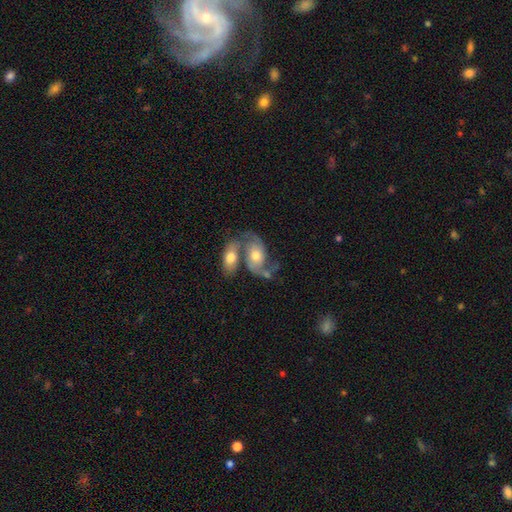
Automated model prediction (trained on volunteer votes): Overall: featured or disk (71%). Edge-on disk: no (96%). Bar: no (69%). Spiral arms: yes (88%). Spiral arm count: 2 (85%). Spiral winding: medium (44%; loose 41%). Bulge size: moderate (65%). Merging: merger (50%; none 28%).